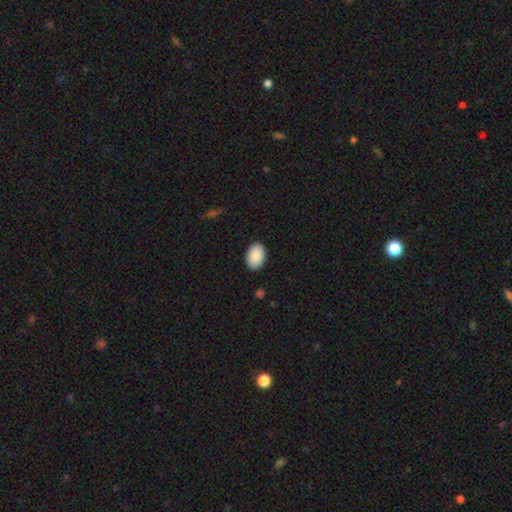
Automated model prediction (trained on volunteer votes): Overall: smooth (88%). How rounded: in between (91%). Merging: none (90%).